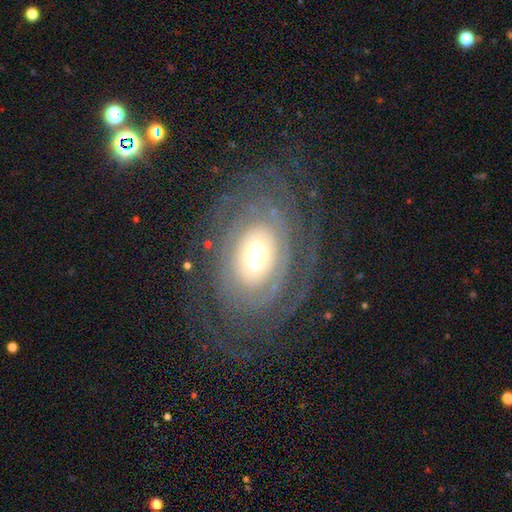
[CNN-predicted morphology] Overall: featured or disk (80%). Edge-on disk: no (95%). Bar: no (71%). Spiral arms: yes (81%). Spiral arm count: can't tell (46%; 2 19%). Spiral winding: tight (74%). Bulge size: moderate (54%; small 22%). Merging: none (72%).